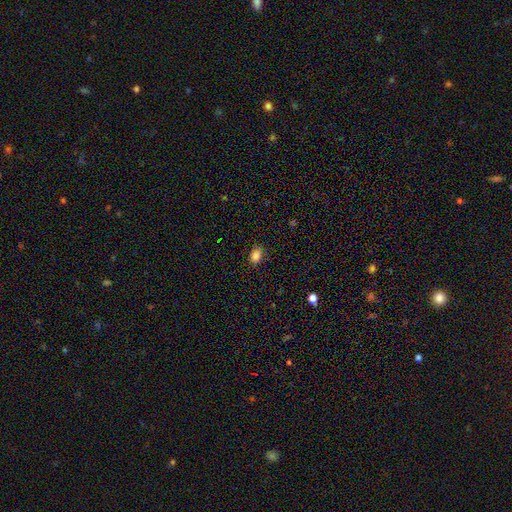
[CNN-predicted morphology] smooth-or-featured: smooth: 84% | star or artifact: 11% | featured or disk: 5%
  how-rounded: in between: 76% | round: 22% | cigar-shaped: 1%
  merging: none: 82% | minor disturbance: 14% | major disturbance: 3% | merger: 1%